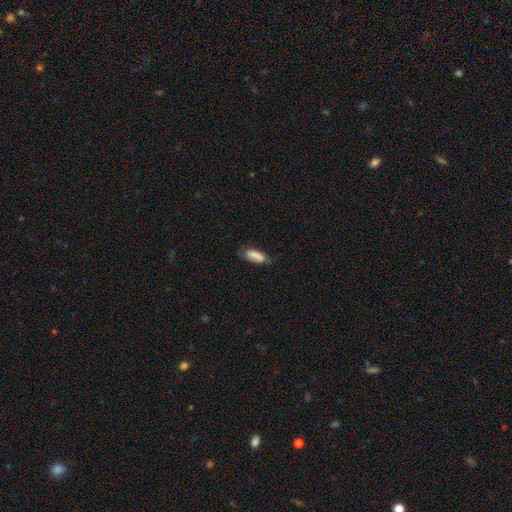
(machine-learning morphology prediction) smooth_or_featured: smooth (p=0.83) [alt: featured or disk p=0.09]
how_rounded: in between (p=0.67) [alt: cigar-shaped p=0.31]
merging: none (p=0.66) [alt: minor disturbance p=0.25]